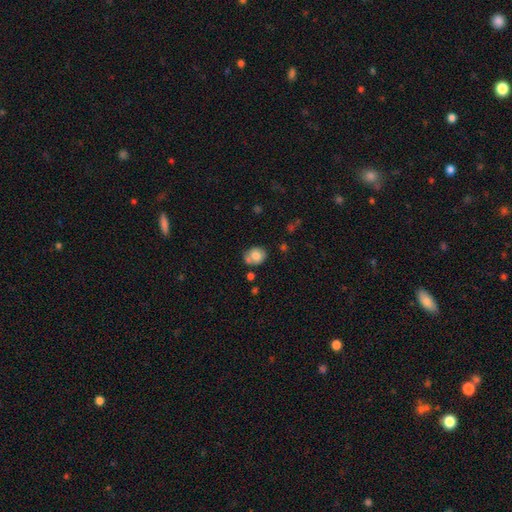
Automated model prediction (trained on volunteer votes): Smooth or featured: smooth — 75% (featured or disk — 17%)
How rounded: round — 63% (in between — 37%)
Merging: none — 55% (minor disturbance — 20%)